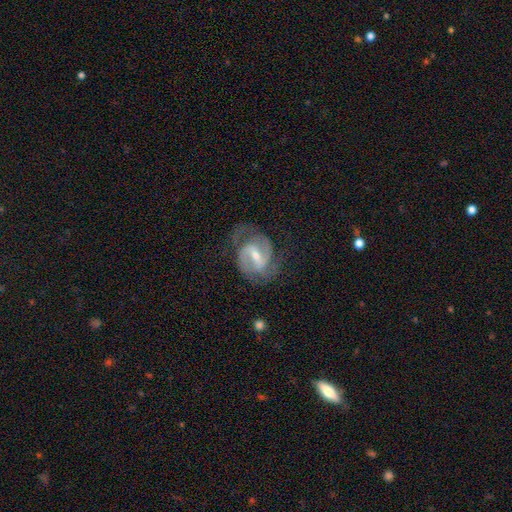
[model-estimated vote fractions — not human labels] featured or disk 87%, smooth 8%, star or artifact 5%. Down the decision tree: edge-on disk — no (97%); bar — strong (45%); spiral arms — yes (96%); spiral arm count — 2 (84%); spiral winding — medium (53%); bulge size — small (50%); merging — none (65%).